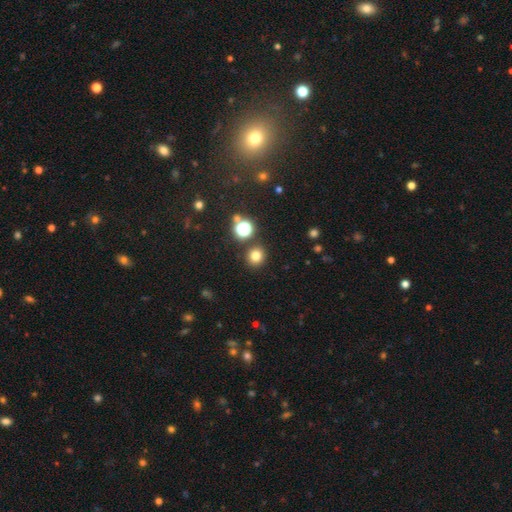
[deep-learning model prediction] A smooth galaxy with no disk features (77%) that is round (90%).

Vote fractions:
- Smooth or featured? smooth: 77% / star or artifact: 17% / featured or disk: 6%
- How rounded? round: 90% / in between: 9% / cigar-shaped: 1%
- Merging? none: 88% / minor disturbance: 6% / merger: 4% / major disturbance: 2%